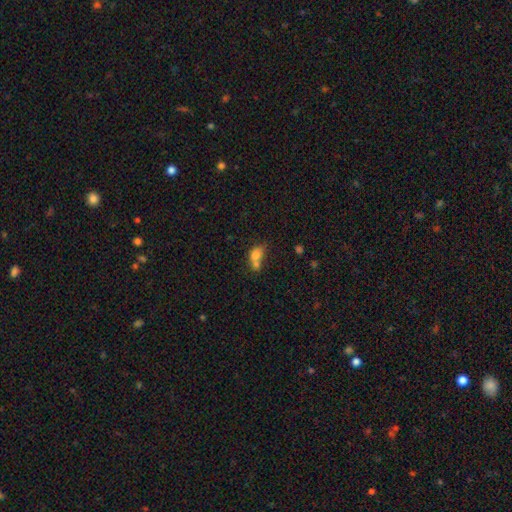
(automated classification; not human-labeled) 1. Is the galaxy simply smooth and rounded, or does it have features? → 76% smooth, 13% featured or disk, 11% star or artifact.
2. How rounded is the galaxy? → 68% in between, 30% round, 2% cigar-shaped.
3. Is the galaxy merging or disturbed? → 59% merger, 25% none, 10% minor disturbance, 6% major disturbance.